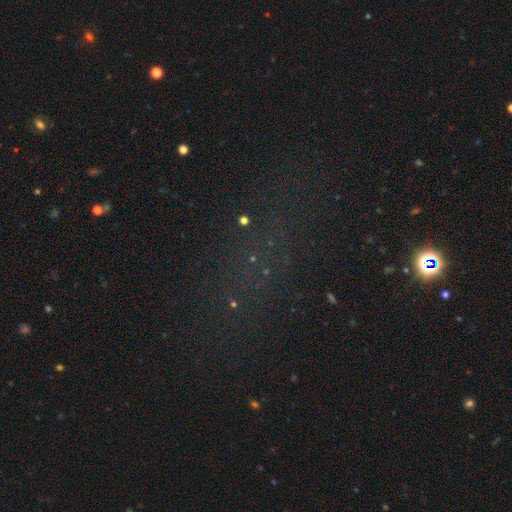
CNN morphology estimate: Q: Smooth or featured?
A: star or artifact (61%); runner-up: smooth (24%)